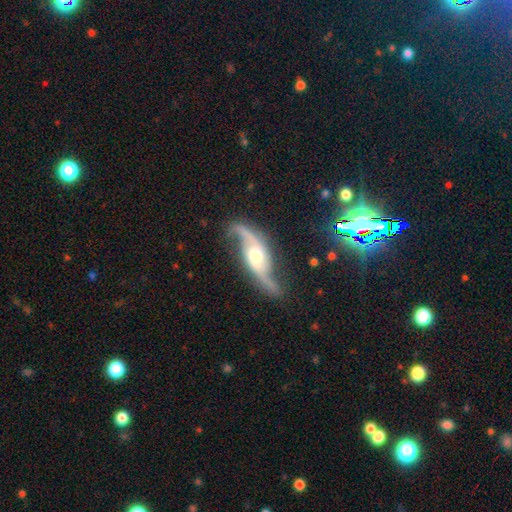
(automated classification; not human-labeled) The model was most divided on "bar": no: 53%, weak: 33%, strong: 14%. More confident: spiral arms — yes (97%); spiral arm count — 2 (93%); edge-on disk — no (89%); smooth or featured — featured or disk (89%); spiral winding — loose (80%); merging — none (73%); bulge size — moderate (63%).